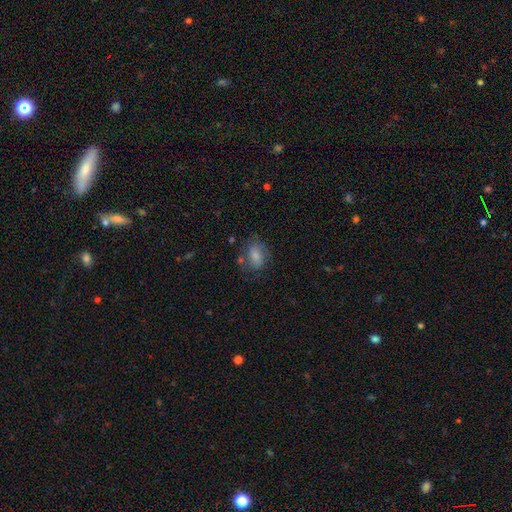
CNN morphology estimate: smooth-or-featured: smooth: 74% | featured or disk: 17% | star or artifact: 8%
  how-rounded: in between: 75% | round: 23% | cigar-shaped: 2%
  merging: none: 63% | minor disturbance: 22% | major disturbance: 10% | merger: 5%